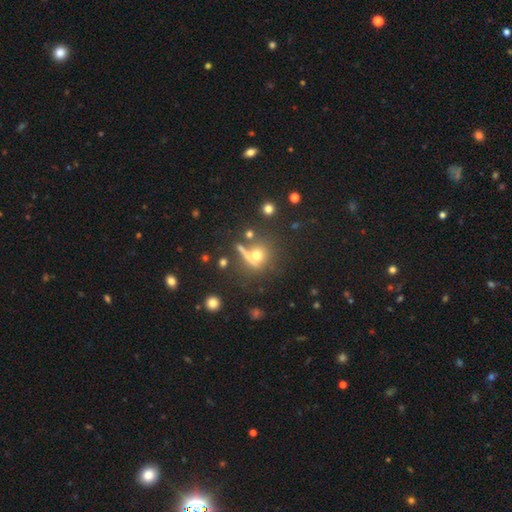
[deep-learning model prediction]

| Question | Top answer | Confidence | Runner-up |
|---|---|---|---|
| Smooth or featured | smooth | 59% | star or artifact (22%) |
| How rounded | round | 84% | in between (13%) |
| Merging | none | 57% | merger (20%) |